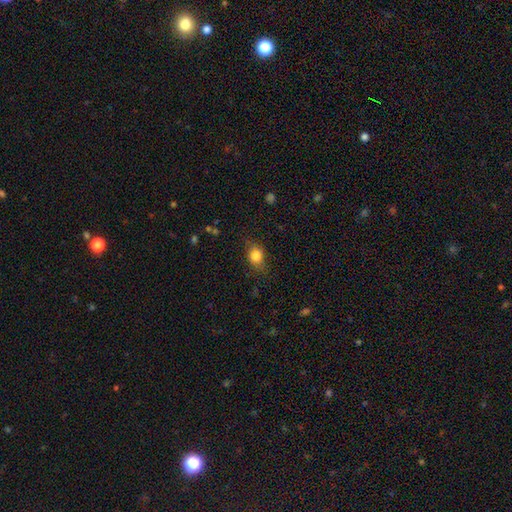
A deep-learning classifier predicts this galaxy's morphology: A smooth galaxy with no disk features (81%) that is in between round and cigar-shaped (52%).

Vote fractions:
- Smooth or featured? smooth: 81% / star or artifact: 10% / featured or disk: 9%
- How rounded? in between: 52% / round: 46% / cigar-shaped: 2%
- Merging? none: 73% / minor disturbance: 20% / major disturbance: 6% / merger: 1%